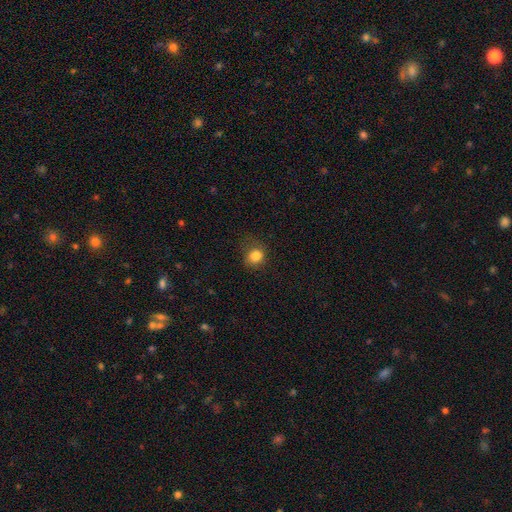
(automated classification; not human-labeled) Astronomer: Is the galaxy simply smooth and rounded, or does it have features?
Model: smooth — 83%.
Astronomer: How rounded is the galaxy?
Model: round — 69%.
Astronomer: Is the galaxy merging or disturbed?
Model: none — 70%.